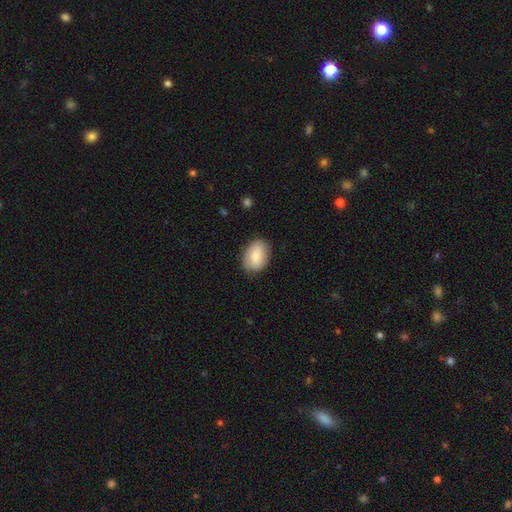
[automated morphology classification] Smooth or featured? smooth (78%)
How rounded? in between (77%)
Merging? none (84%)